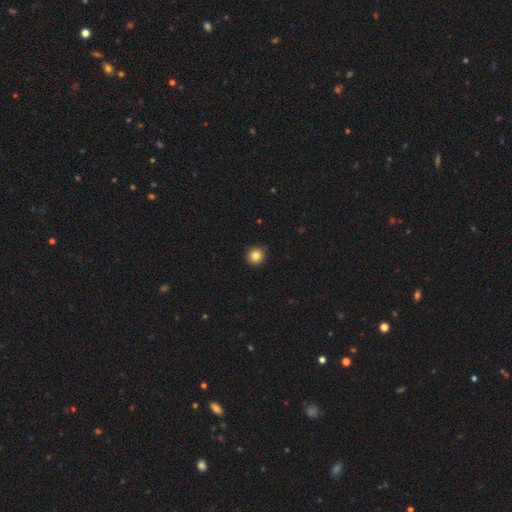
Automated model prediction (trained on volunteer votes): This appears to be a smooth galaxy with no disk features (83%) that is round (94%). Merging: none (91%).